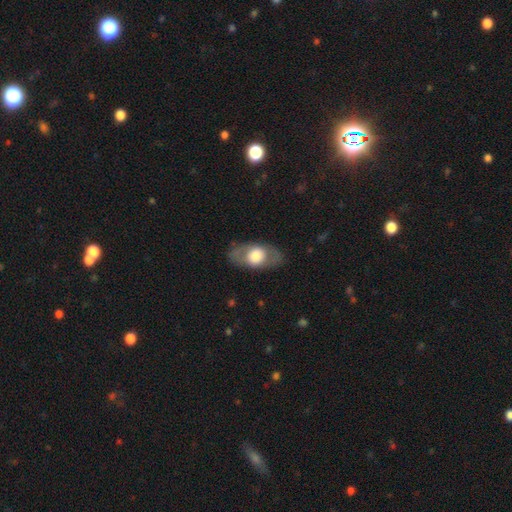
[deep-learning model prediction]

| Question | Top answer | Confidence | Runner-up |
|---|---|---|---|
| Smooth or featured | smooth | 55% | featured or disk (40%) |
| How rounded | in between | 83% | round (14%) |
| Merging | none | 81% | minor disturbance (12%) |